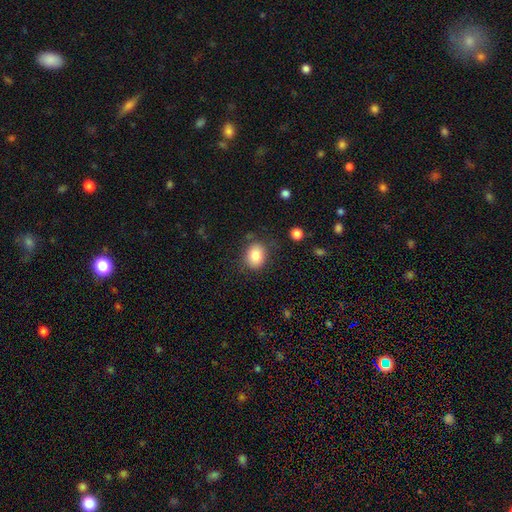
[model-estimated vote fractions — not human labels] A smooth galaxy with no disk features (82%) that is round (55%). Merging: none (80%).